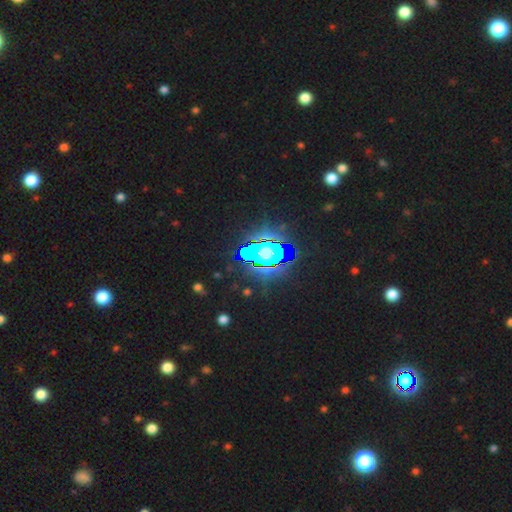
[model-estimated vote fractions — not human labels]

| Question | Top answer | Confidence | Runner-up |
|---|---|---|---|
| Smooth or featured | star or artifact | 76% | smooth (12%) |